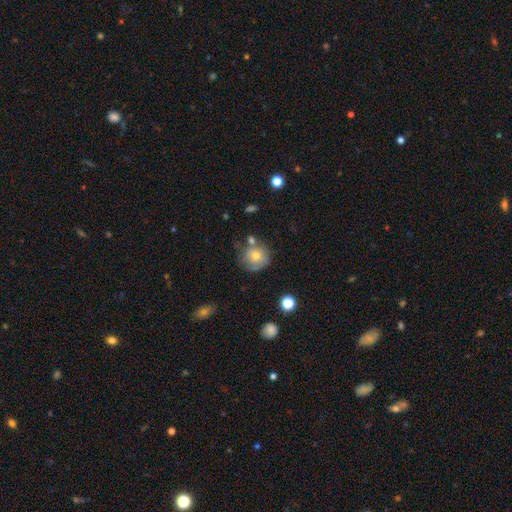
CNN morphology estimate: smooth-or-featured: smooth: 67% | featured or disk: 23% | star or artifact: 10%
  how-rounded: round: 90% | in between: 9% | cigar-shaped: 1%
  merging: none: 63% | minor disturbance: 19% | merger: 12% | major disturbance: 6%